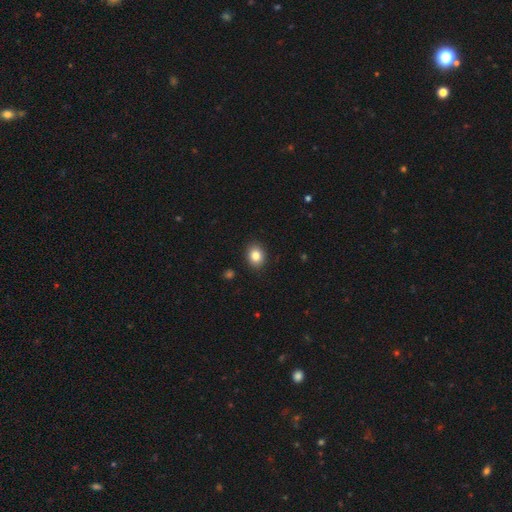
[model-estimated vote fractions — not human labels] smooth 84%, star or artifact 10%, featured or disk 6%. Down the decision tree: how rounded — round (51%); merging — none (90%).